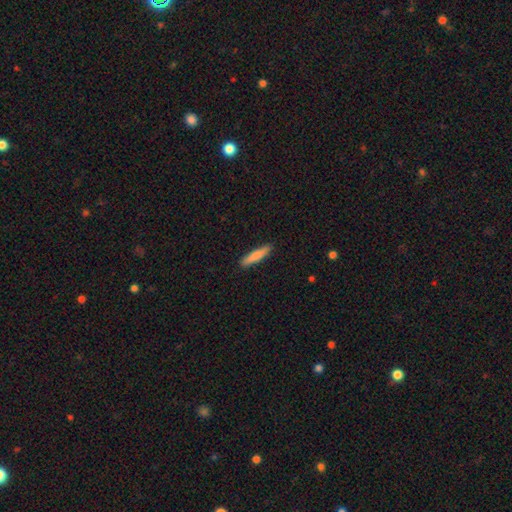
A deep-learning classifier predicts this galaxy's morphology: This is likely a smooth galaxy (78%). How rounded: clearly cigar-shaped (89%). Merging: clearly none (90%).